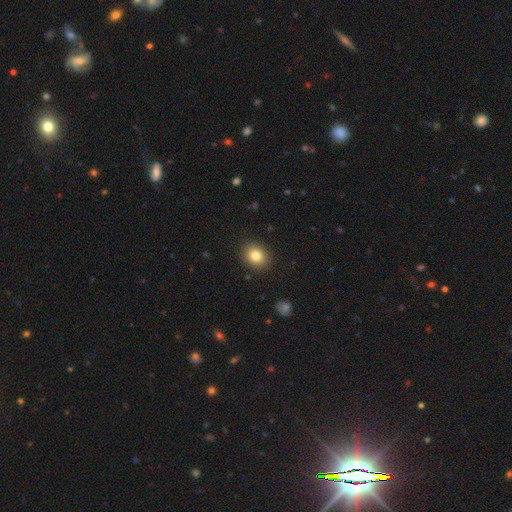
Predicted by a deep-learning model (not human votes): Q: Smooth or featured?
A: smooth (82%); runner-up: star or artifact (10%)
Q: How rounded?
A: round (61%); runner-up: in between (38%)
Q: Merging?
A: none (89%); runner-up: minor disturbance (7%)